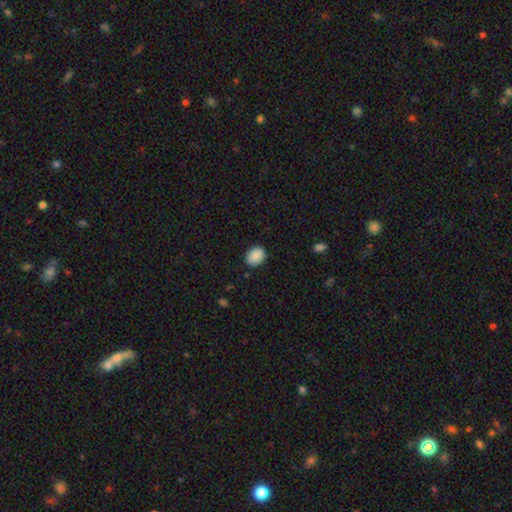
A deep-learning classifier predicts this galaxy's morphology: smooth-or-featured: smooth: 87% | star or artifact: 8% | featured or disk: 6%
  how-rounded: in between: 55% | round: 44% | cigar-shaped: 1%
  merging: none: 84% | minor disturbance: 13% | major disturbance: 2% | merger: 1%